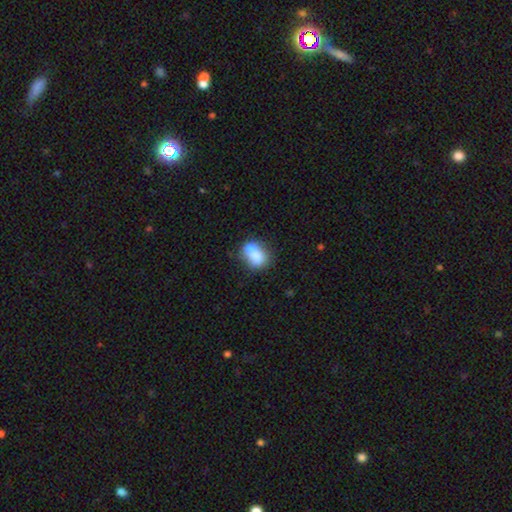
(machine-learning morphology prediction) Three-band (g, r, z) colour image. It shows a smooth galaxy with no disk features (68%) that is in between round and cigar-shaped (58%). Merging: merger (56%).